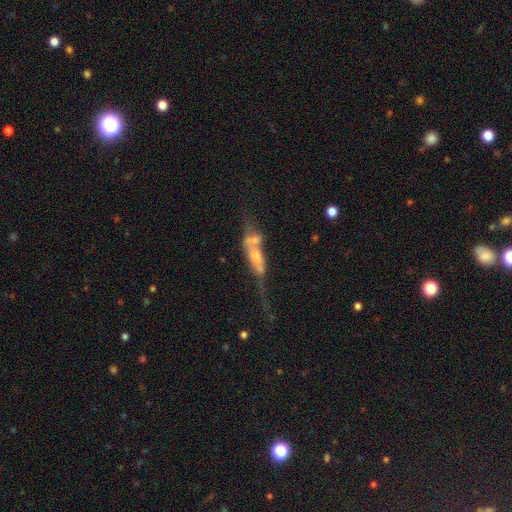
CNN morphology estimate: smooth_or_featured: featured or disk (p=0.58) [alt: smooth p=0.31]
disk_edge_on: no (p=0.68) [alt: yes p=0.32]
merging: merger (p=0.53) [alt: major disturbance p=0.22]